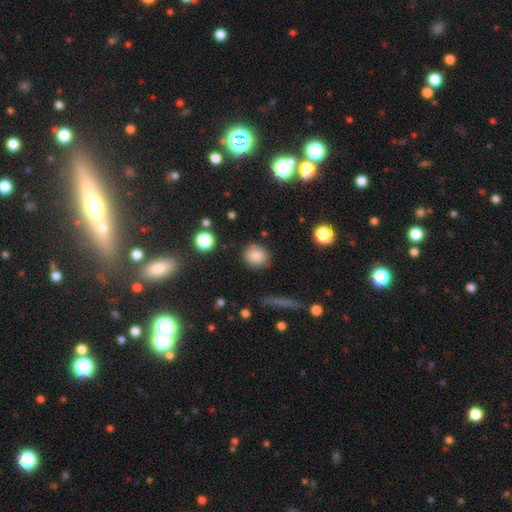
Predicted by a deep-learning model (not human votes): This is clearly a smooth galaxy (84%). How rounded: likely round (72%). Merging: clearly none (83%).